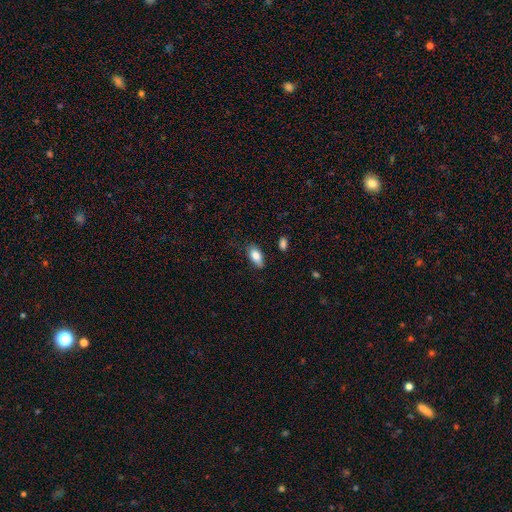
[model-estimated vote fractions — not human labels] Overall: smooth (85%). How rounded: in between (89%). Merging: none (70%).